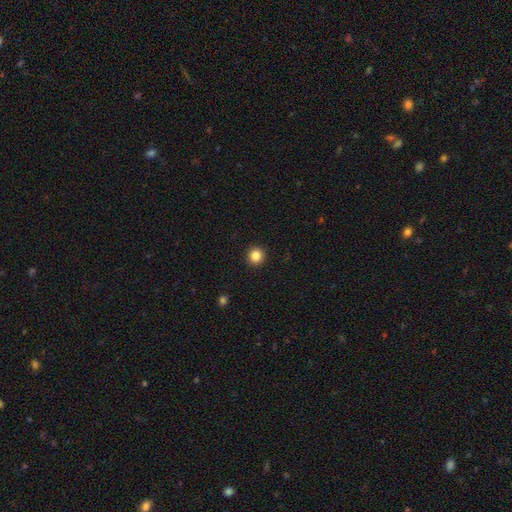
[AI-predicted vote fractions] Overall: smooth (85%). How rounded: round (94%). Merging: none (93%).